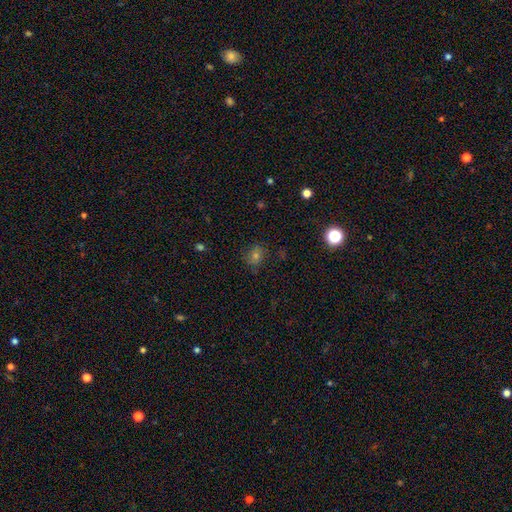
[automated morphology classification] A smooth galaxy with no disk features (56%) that is round (70%).

Vote fractions:
- Smooth or featured? smooth: 56% / star or artifact: 29% / featured or disk: 15%
- How rounded? round: 70% / in between: 28% / cigar-shaped: 1%
- Merging? none: 80% / minor disturbance: 14% / major disturbance: 4% / merger: 2%